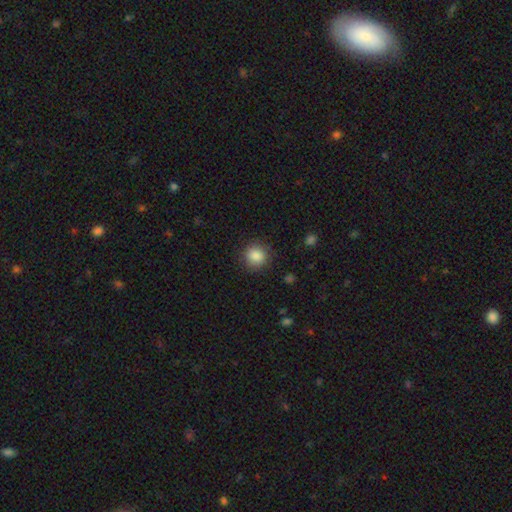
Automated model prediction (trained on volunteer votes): smooth-or-featured: smooth: 87% | star or artifact: 9% | featured or disk: 4%
  how-rounded: round: 90% | in between: 9% | cigar-shaped: 1%
  merging: none: 87% | minor disturbance: 9% | major disturbance: 3% | merger: 1%